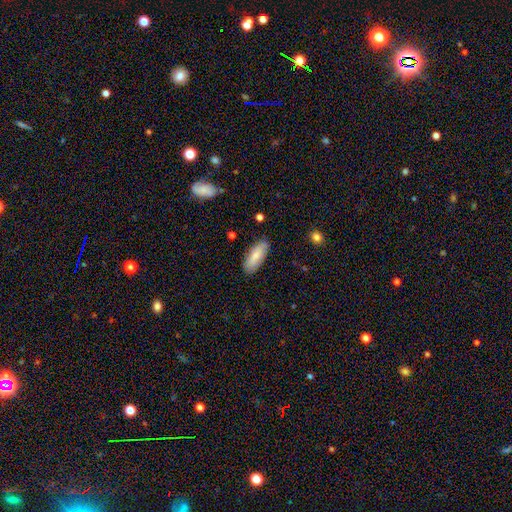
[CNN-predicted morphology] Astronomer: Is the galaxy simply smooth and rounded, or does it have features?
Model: smooth — 78%.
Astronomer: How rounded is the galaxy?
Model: in between — 74%.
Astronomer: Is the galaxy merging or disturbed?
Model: none — 84%.